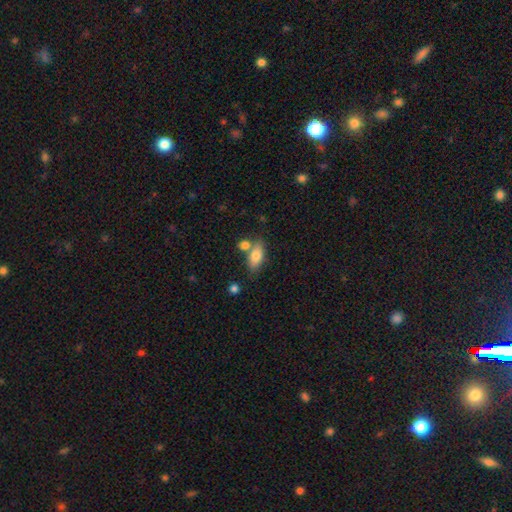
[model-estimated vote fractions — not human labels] Morphology: type=smooth (77%); roundness=in between (82%); merging=none (59%).